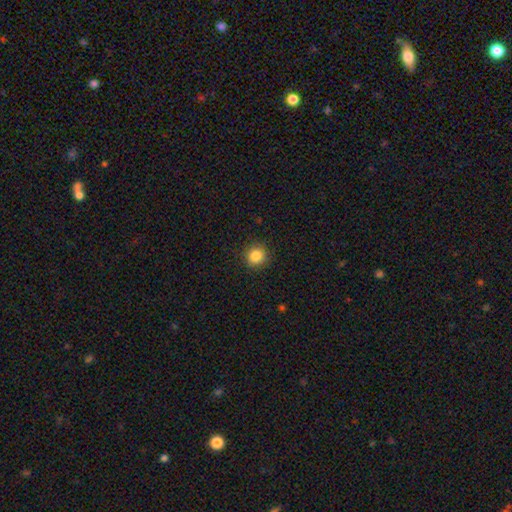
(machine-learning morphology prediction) Q: Smooth or featured?
A: smooth (85%); runner-up: star or artifact (10%)
Q: How rounded?
A: round (91%); runner-up: in between (8%)
Q: Merging?
A: none (90%); runner-up: minor disturbance (7%)